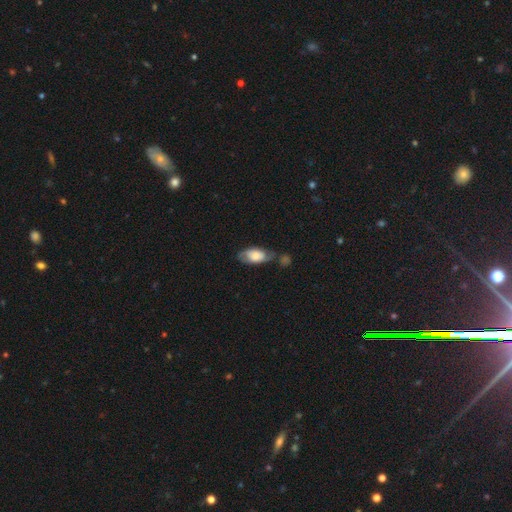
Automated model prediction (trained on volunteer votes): Morphology: type=smooth (55%); roundness=in between (88%); merging=none (48%).